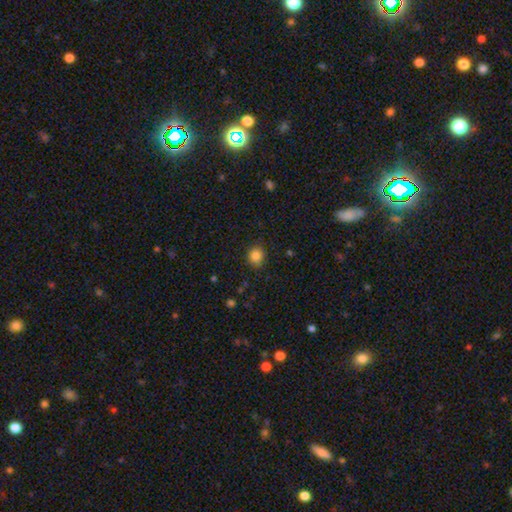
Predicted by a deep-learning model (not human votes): smooth_or_featured: smooth (p=0.85) [alt: star or artifact p=0.11]
how_rounded: round (p=0.78) [alt: in between p=0.21]
merging: none (p=0.87) [alt: minor disturbance p=0.09]